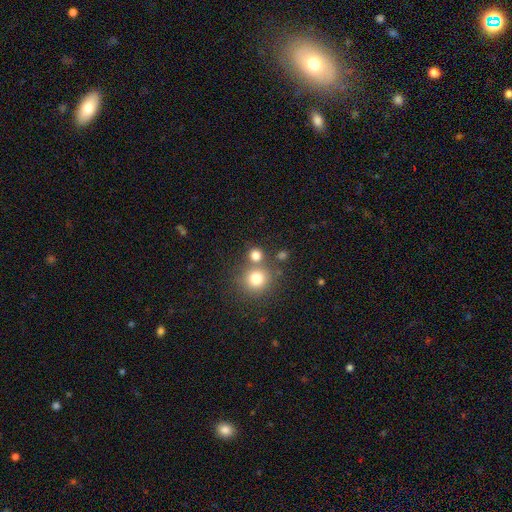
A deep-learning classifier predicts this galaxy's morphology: A smooth galaxy with no disk features (78%) that is round (88%). Merging: none (66%).